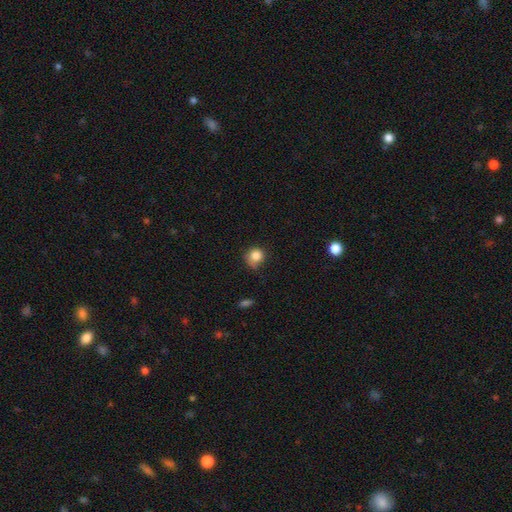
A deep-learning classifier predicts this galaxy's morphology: This appears to be a smooth galaxy with no disk features (84%) that is round (83%). Merging: none (57%).